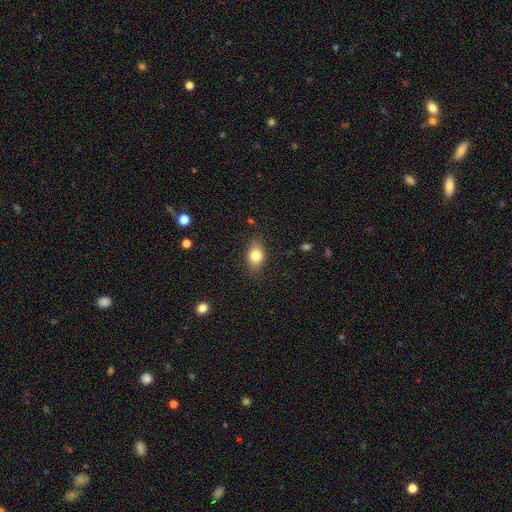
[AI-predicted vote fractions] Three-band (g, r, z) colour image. It shows a smooth galaxy with no disk features (80%) that is in between round and cigar-shaped (79%). Merging: none (82%).